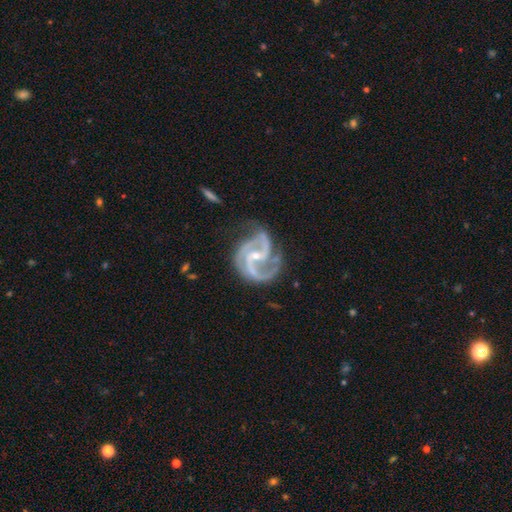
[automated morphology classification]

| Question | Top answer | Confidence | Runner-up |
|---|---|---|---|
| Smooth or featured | featured or disk | 93% | star or artifact (4%) |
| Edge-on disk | no | 98% | yes (2%) |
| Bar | weak | 38% | no (33%) |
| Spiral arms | yes | 98% | no (2%) |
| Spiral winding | medium | 61% | tight (23%) |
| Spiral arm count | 2 | 57% | 3 (30%) |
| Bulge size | small | 66% | moderate (31%) |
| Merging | none | 56% | minor disturbance (25%) |